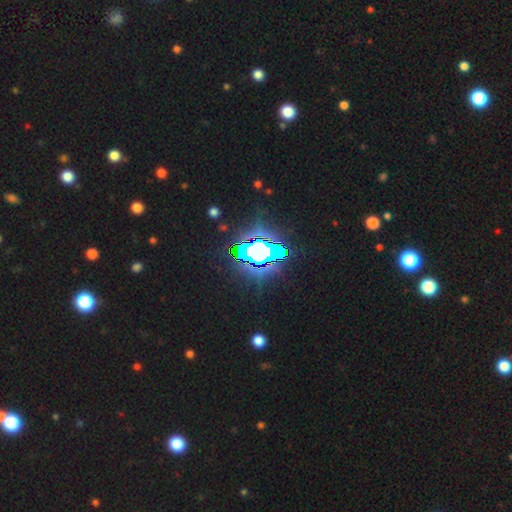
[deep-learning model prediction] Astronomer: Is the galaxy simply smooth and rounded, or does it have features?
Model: star or artifact — 69%.